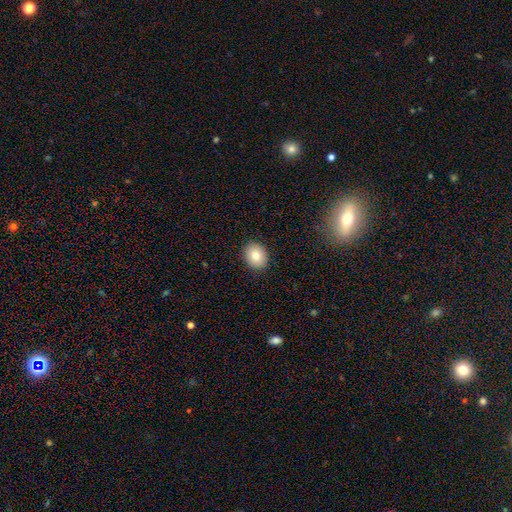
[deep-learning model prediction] smooth 81%, featured or disk 10%, star or artifact 9%. Down the decision tree: how rounded — round (52%); merging — none (90%).